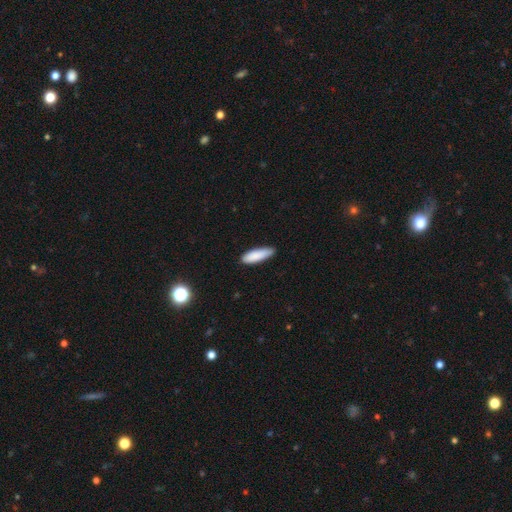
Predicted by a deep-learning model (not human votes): Q: Smooth or featured?
A: smooth (87%); runner-up: featured or disk (7%)
Q: How rounded?
A: cigar-shaped (50%); runner-up: in between (48%)
Q: Merging?
A: none (81%); runner-up: minor disturbance (16%)